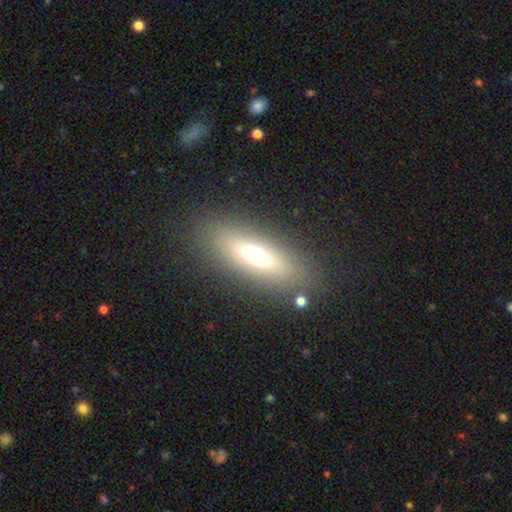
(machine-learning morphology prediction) Smooth or featured? smooth (58%)
How rounded? in between (53%)
Merging? none (84%)